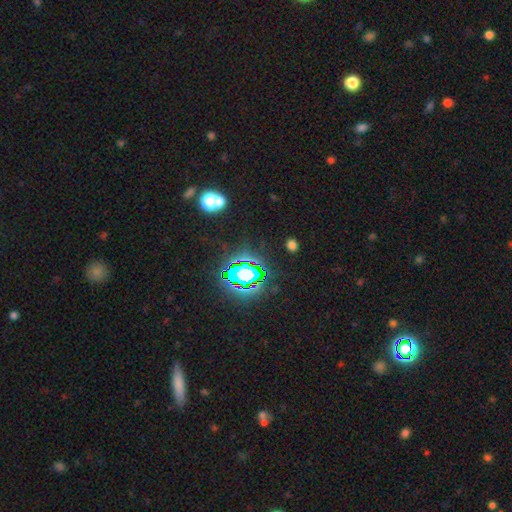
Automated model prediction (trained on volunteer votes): Morphology: type=star or artifact (80%).